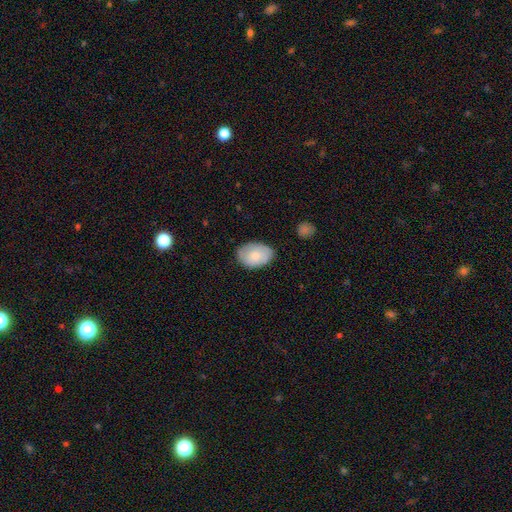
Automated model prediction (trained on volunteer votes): A smooth galaxy with no disk features (73%) that is in between round and cigar-shaped (84%).

Vote fractions:
- Smooth or featured? smooth: 73% / featured or disk: 21% / star or artifact: 6%
- How rounded? in between: 84% / round: 15% / cigar-shaped: 1%
- Merging? none: 77% / minor disturbance: 18% / major disturbance: 3% / merger: 2%